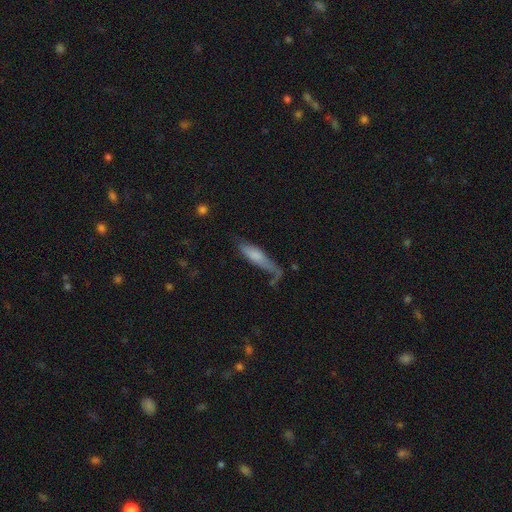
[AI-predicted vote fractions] Overall: smooth (67%). How rounded: cigar-shaped (71%). Merging: none (41%; minor disturbance 31%).